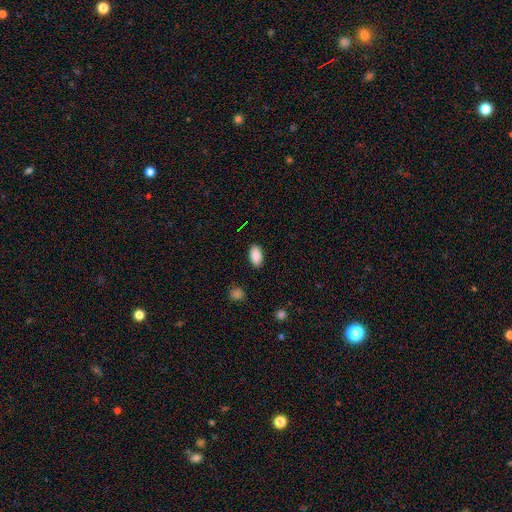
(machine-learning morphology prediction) A smooth galaxy with no disk features (89%) that is in between round and cigar-shaped (93%).

Vote fractions:
- Smooth or featured? smooth: 89% / star or artifact: 7% / featured or disk: 4%
- How rounded? in between: 93% / cigar-shaped: 4% / round: 3%
- Merging? none: 88% / minor disturbance: 9% / major disturbance: 2% / merger: 1%